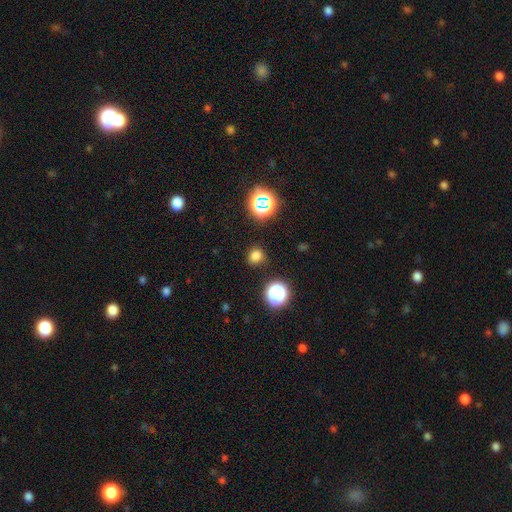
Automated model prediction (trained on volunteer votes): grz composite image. It shows a smooth galaxy with no disk features (76%) that is round (77%). Merging: none (83%).